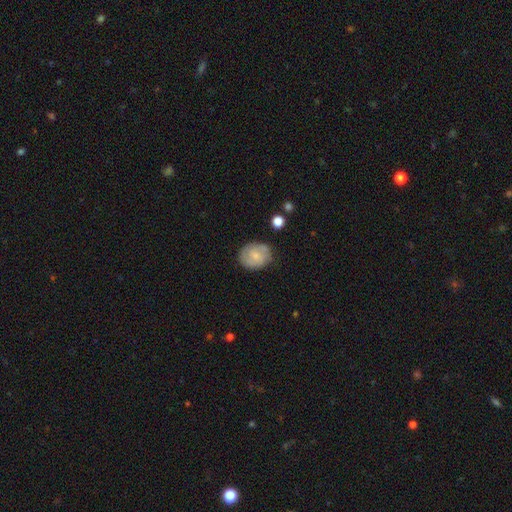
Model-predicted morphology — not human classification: Q: Smooth or featured?
A: smooth (54%); runner-up: featured or disk (39%)
Q: How rounded?
A: round (55%); runner-up: in between (44%)
Q: Merging?
A: none (72%); runner-up: minor disturbance (21%)